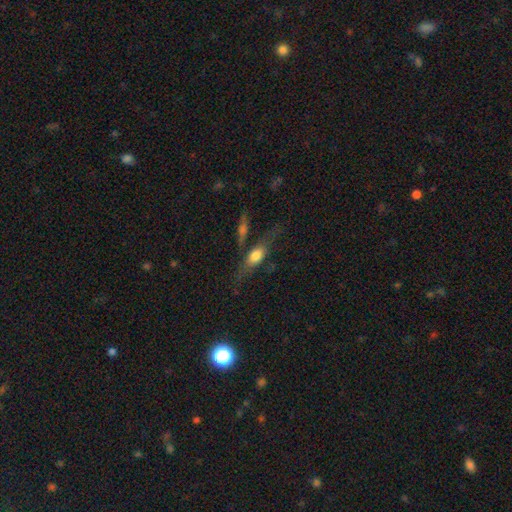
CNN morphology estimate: Smooth or featured?
  - smooth: 52% *
  - featured or disk: 39%
  - star or artifact: 9%
How rounded?
  - in between: 57% *
  - cigar-shaped: 37%
  - round: 7%
Merging?
  - none: 59% *
  - minor disturbance: 20%
  - major disturbance: 11%
  - merger: 10%